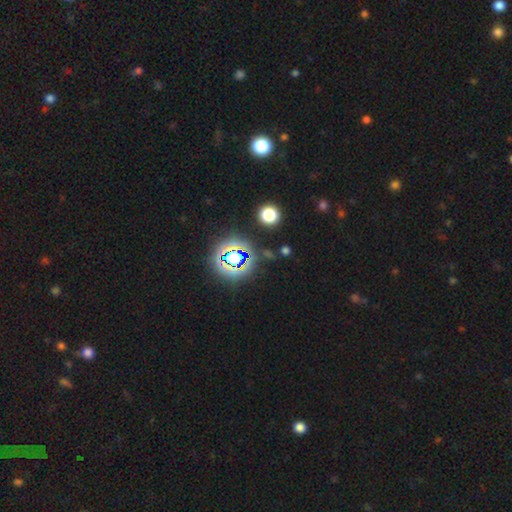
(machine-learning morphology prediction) Q: Smooth or featured?
A: star or artifact (78%); runner-up: smooth (15%)